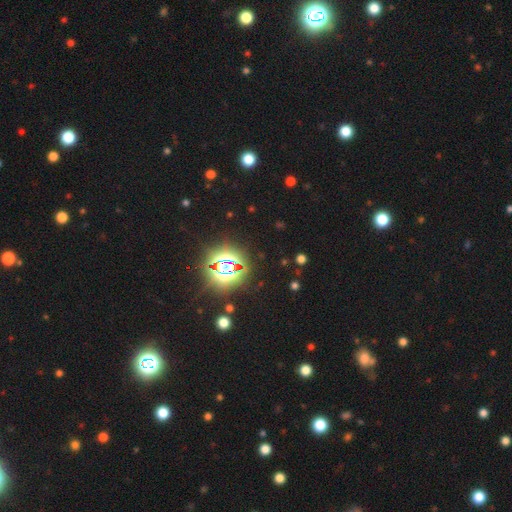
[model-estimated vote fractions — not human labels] smooth-or-featured: star or artifact: 83% | smooth: 11% | featured or disk: 6%